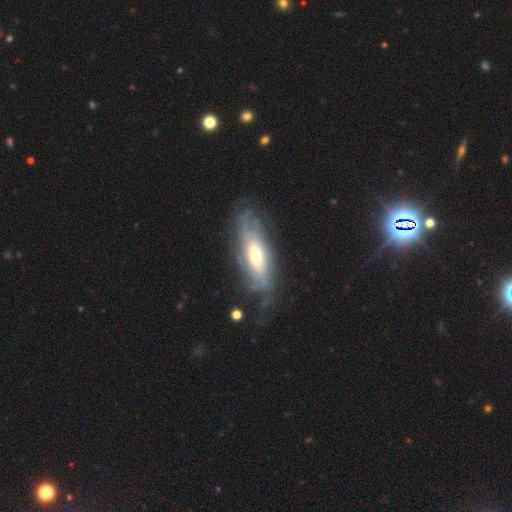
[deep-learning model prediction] Smooth or featured? featured or disk (67%)
Edge-on disk? no (80%)
Bar? no (66%)
Spiral arms? yes (75%)
Bulge size? moderate (62%)
Merging? none (60%)